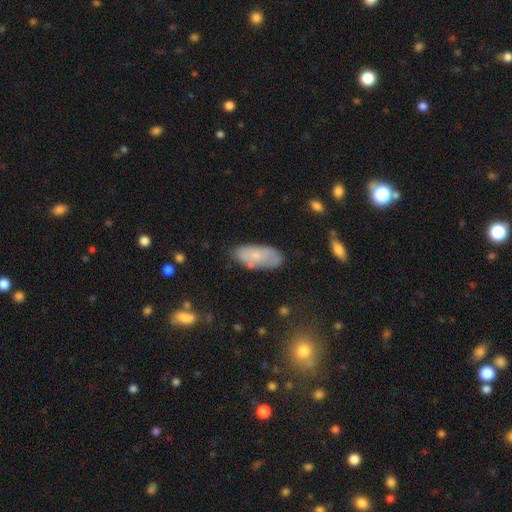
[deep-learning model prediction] Smooth or featured? smooth (62%)
How rounded? in between (88%)
Merging? none (63%)